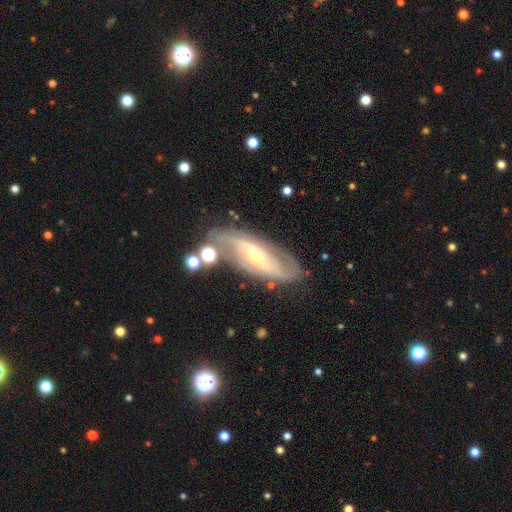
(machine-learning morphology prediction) featured or disk 86%, smooth 8%, star or artifact 6%. Down the decision tree: edge-on disk — no (91%); bar — strong (36%); spiral arms — yes (95%); spiral arm count — 2 (87%); spiral winding — medium (43%); bulge size — small (67%); merging — none (74%).